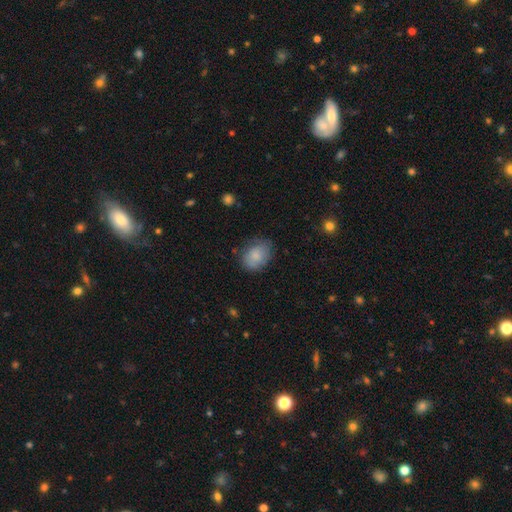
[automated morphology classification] smooth_or_featured: smooth (p=0.81) [alt: featured or disk p=0.12]
how_rounded: in between (p=0.67) [alt: round p=0.32]
merging: none (p=0.71) [alt: minor disturbance p=0.21]